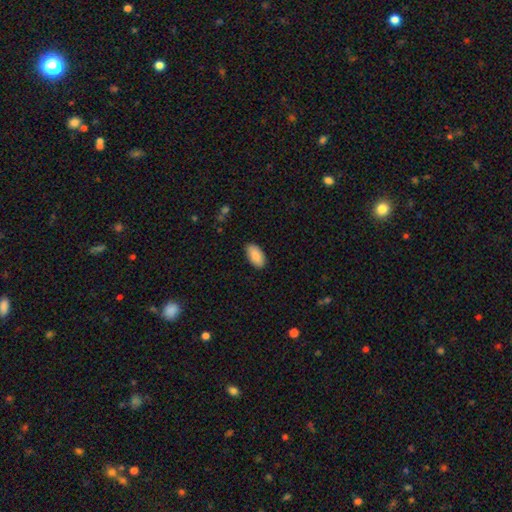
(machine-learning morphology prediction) Smooth or featured? Predicted: smooth (p=0.89). How rounded? Predicted: in between (p=0.95). Merging? Predicted: none (p=0.85).